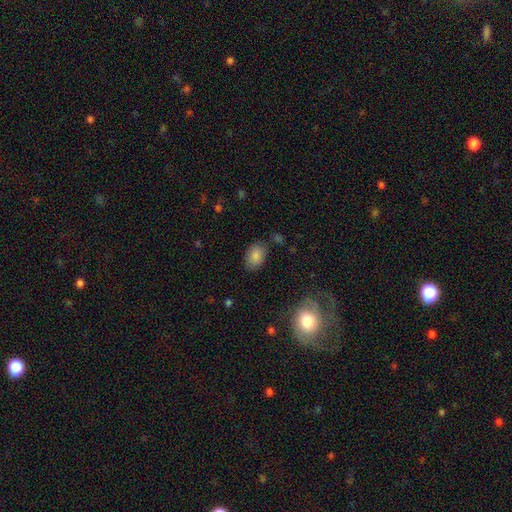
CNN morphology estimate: This is clearly a smooth galaxy (85%). How rounded: clearly in between (82%). Merging: clearly none (80%).